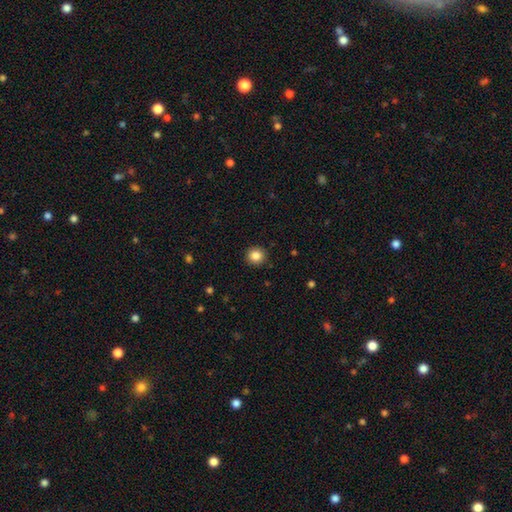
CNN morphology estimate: A smooth galaxy with no disk features (85%) that is round (92%).

Vote fractions:
- Smooth or featured? smooth: 85% / star or artifact: 10% / featured or disk: 5%
- How rounded? round: 92% / in between: 7% / cigar-shaped: 1%
- Merging? none: 91% / minor disturbance: 6% / major disturbance: 2% / merger: 1%